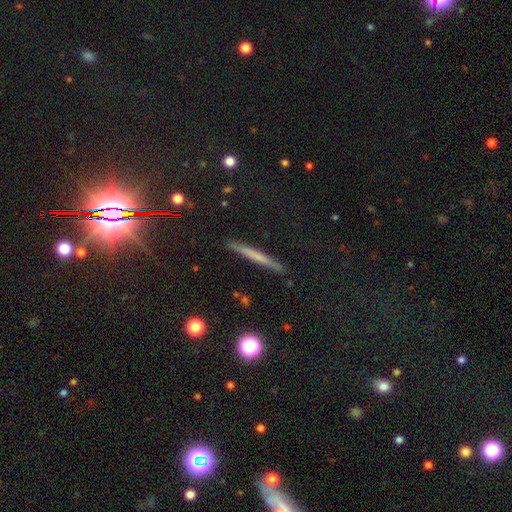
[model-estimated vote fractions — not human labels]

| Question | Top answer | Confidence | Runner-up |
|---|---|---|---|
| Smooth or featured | smooth | 51% | featured or disk (34%) |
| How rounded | cigar-shaped | 93% | in between (4%) |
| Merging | none | 90% | minor disturbance (7%) |